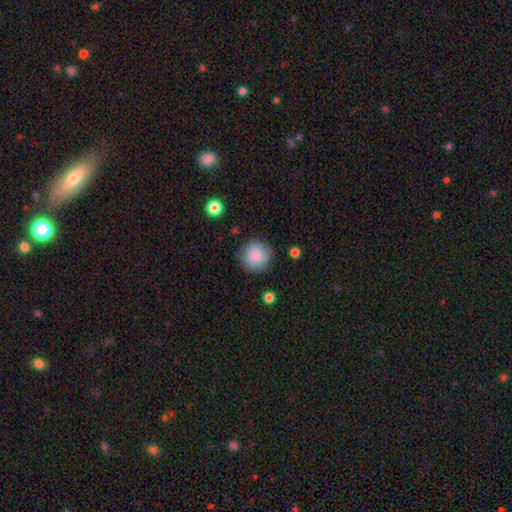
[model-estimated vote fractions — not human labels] Smooth or featured?
  - smooth: 85% *
  - star or artifact: 8%
  - featured or disk: 7%
How rounded?
  - round: 93% *
  - in between: 6%
  - cigar-shaped: 1%
Merging?
  - none: 81% *
  - minor disturbance: 14%
  - major disturbance: 4%
  - merger: 2%